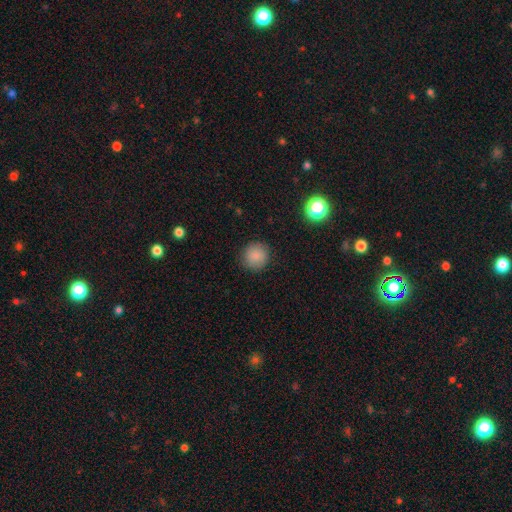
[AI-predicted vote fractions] This appears to be a smooth galaxy with no disk features (86%) that is round (93%). Merging: none (89%).